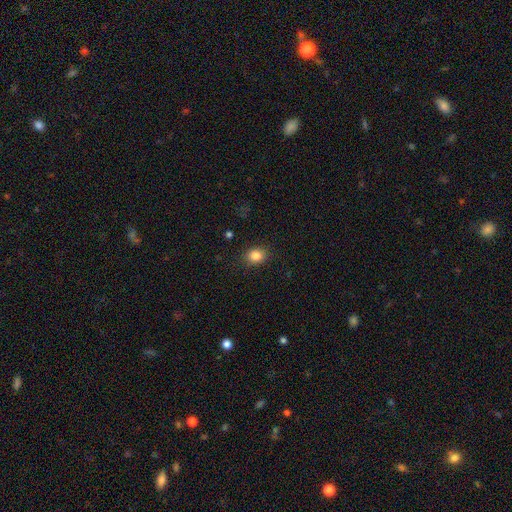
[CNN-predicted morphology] This appears to be a smooth galaxy with no disk features (84%) that is round (53%). Merging: none (87%).